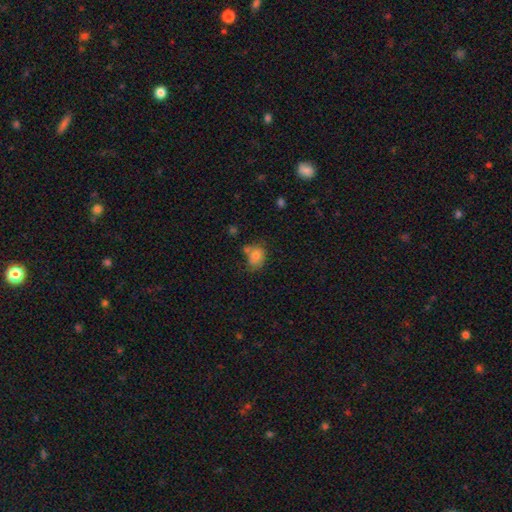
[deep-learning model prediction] Q: Smooth or featured?
A: smooth (78%); runner-up: featured or disk (12%)
Q: How rounded?
A: in between (52%); runner-up: round (47%)
Q: Merging?
A: none (51%); runner-up: minor disturbance (23%)